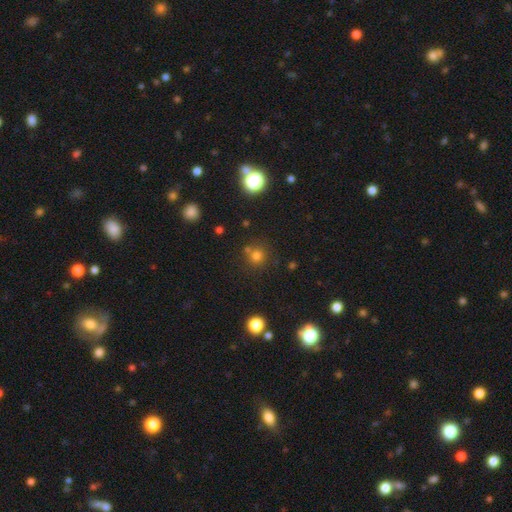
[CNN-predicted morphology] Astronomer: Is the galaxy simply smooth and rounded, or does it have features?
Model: smooth — 71%.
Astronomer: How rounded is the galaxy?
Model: round — 92%.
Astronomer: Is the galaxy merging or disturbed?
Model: none — 71%.